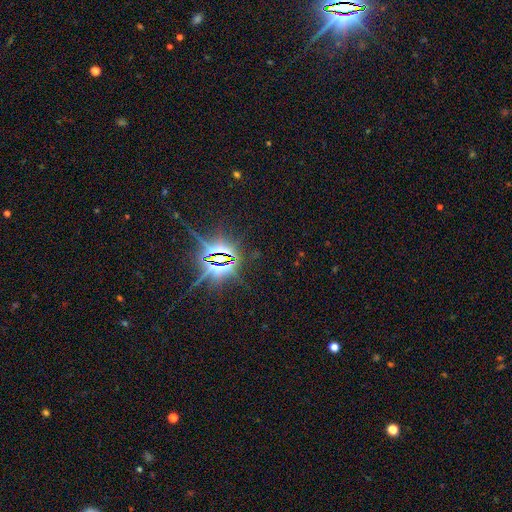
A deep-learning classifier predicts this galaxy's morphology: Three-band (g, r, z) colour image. It shows a star or artifact, not a galaxy (85%).